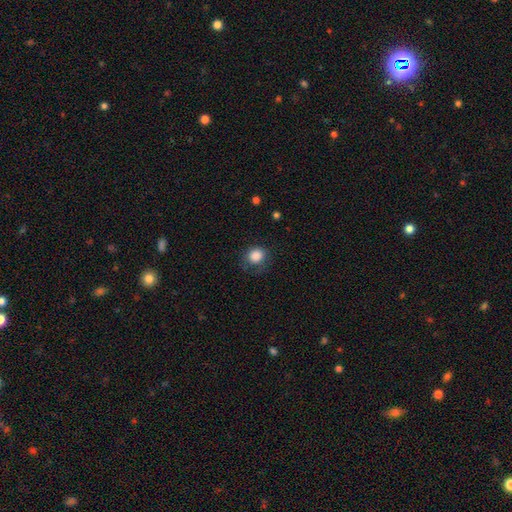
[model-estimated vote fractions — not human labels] This appears to be a smooth galaxy with no disk features (86%) that is round (75%). Merging: none (64%).